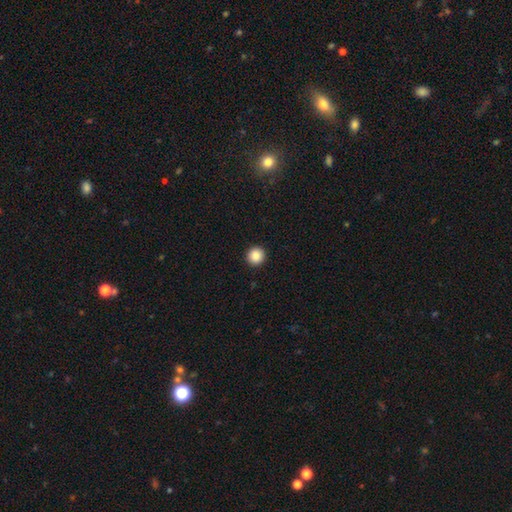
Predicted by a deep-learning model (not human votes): Morphology: type=smooth (88%); roundness=round (95%); merging=none (94%).